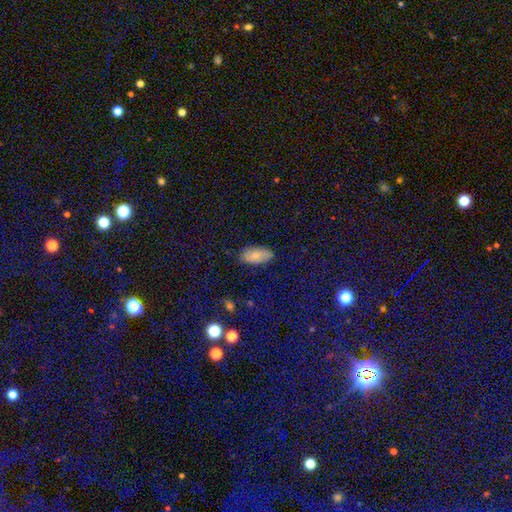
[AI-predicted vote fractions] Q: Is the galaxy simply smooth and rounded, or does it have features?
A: smooth — 77%.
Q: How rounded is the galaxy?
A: in between — 93%.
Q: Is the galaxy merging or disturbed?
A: none — 82%.